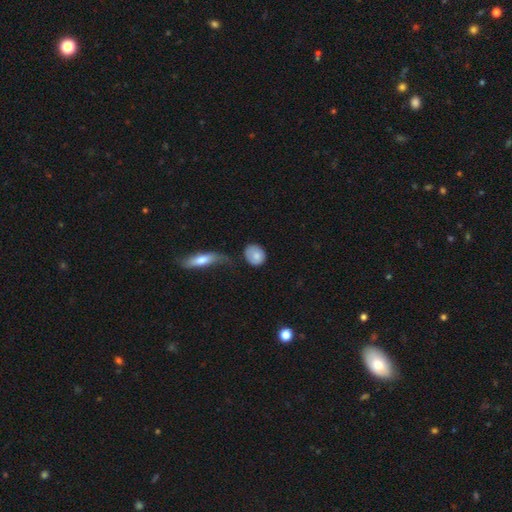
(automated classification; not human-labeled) Smooth or featured? smooth (79%)
How rounded? round (66%)
Merging? none (58%)